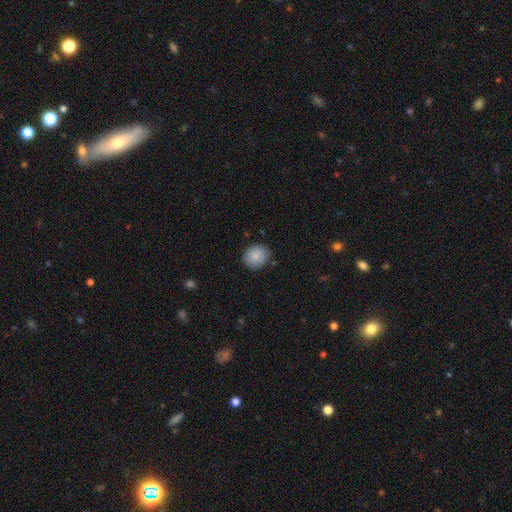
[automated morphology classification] A smooth galaxy with no disk features (87%) that is round (70%).

Vote fractions:
- Smooth or featured? smooth: 87% / star or artifact: 7% / featured or disk: 6%
- How rounded? round: 70% / in between: 29% / cigar-shaped: 1%
- Merging? none: 83% / minor disturbance: 13% / major disturbance: 2% / merger: 1%